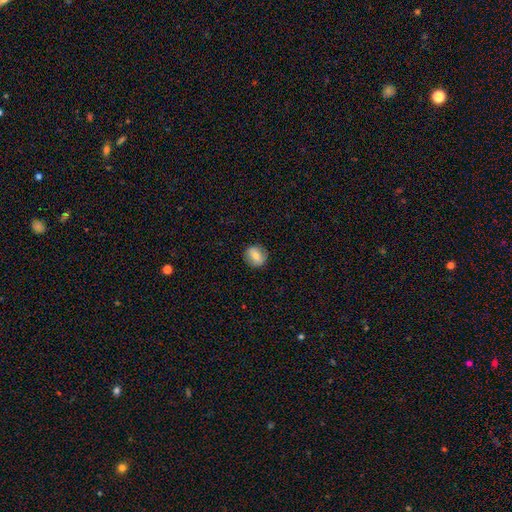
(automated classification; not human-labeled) A smooth galaxy with no disk features (66%) that is round (80%). Merging: none (87%).